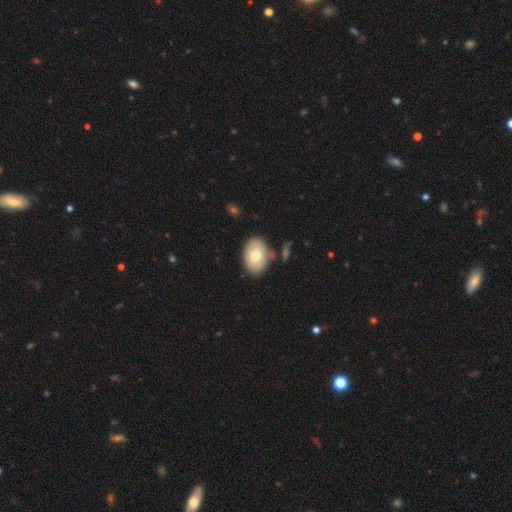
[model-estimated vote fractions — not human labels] This appears to be a smooth galaxy with no disk features (76%) that is in between round and cigar-shaped (84%). Merging: none (76%).